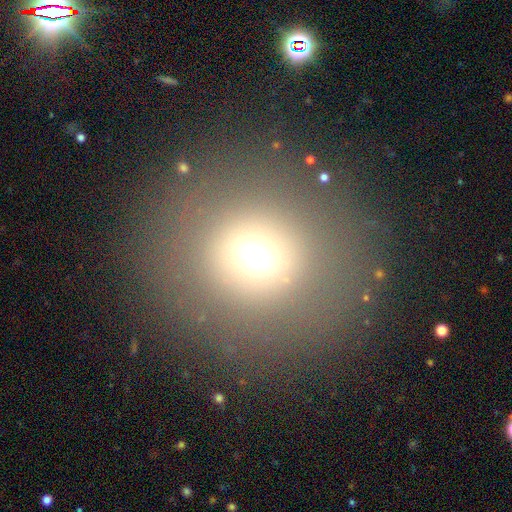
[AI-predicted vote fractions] The model was most divided on "smooth or featured": smooth: 62%, star or artifact: 22%, featured or disk: 16%. More confident: how rounded — round (84%); merging — none (83%).